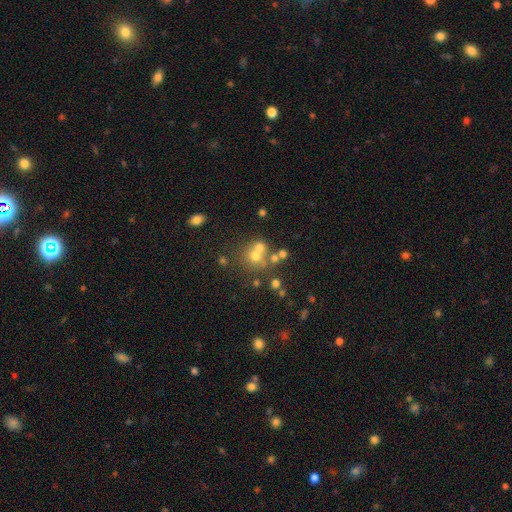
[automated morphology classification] A smooth galaxy with no disk features (58%) that is round (83%).

Vote fractions:
- Smooth or featured? smooth: 58% / featured or disk: 22% / star or artifact: 21%
- How rounded? round: 83% / in between: 17% / cigar-shaped: 1%
- Merging? none: 46% / merger: 40% / minor disturbance: 9% / major disturbance: 5%